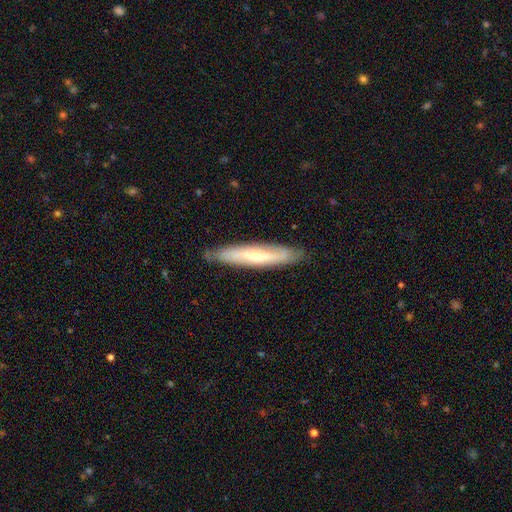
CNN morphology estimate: smooth_or_featured: featured or disk (p=0.60) [alt: smooth p=0.34]
disk_edge_on: yes (p=0.59) [alt: no p=0.41]
merging: none (p=0.82) [alt: minor disturbance p=0.14]